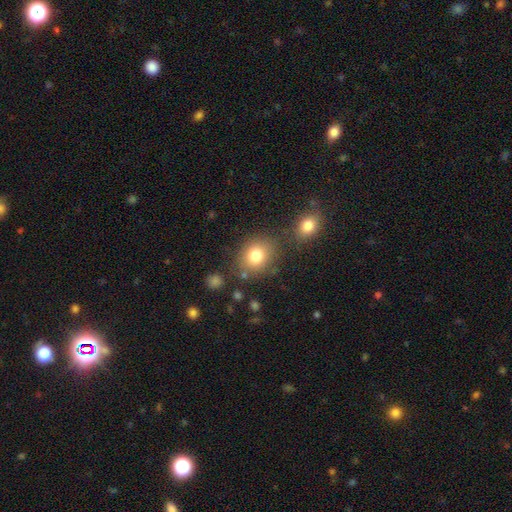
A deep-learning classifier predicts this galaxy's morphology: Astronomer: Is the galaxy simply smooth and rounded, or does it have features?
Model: smooth — 80%.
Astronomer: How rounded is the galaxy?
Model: round — 63%.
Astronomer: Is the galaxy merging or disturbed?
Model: none — 72%.